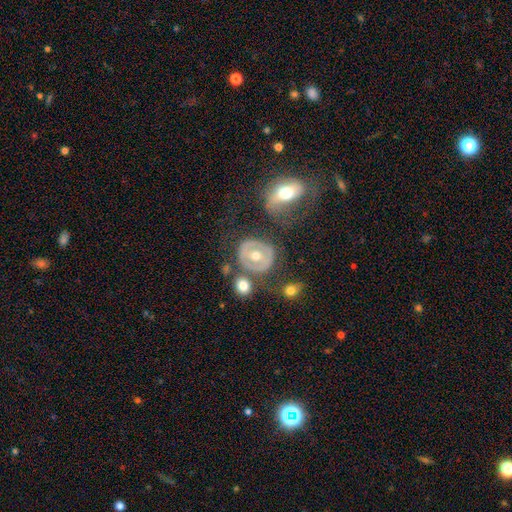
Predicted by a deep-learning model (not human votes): Smooth or featured: featured or disk — 57% (smooth — 35%)
Edge-on disk: no — 95% (yes — 5%)
Bar: no — 72% (weak — 18%)
Spiral arms: no — 74% (yes — 26%)
Bulge size: moderate — 73% (small — 20%)
Merging: none — 64% (minor disturbance — 15%)